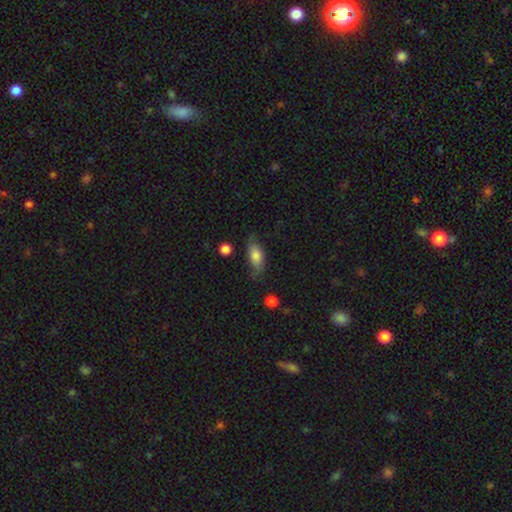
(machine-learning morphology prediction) Smooth or featured? smooth (76%)
How rounded? in between (82%)
Merging? none (64%)